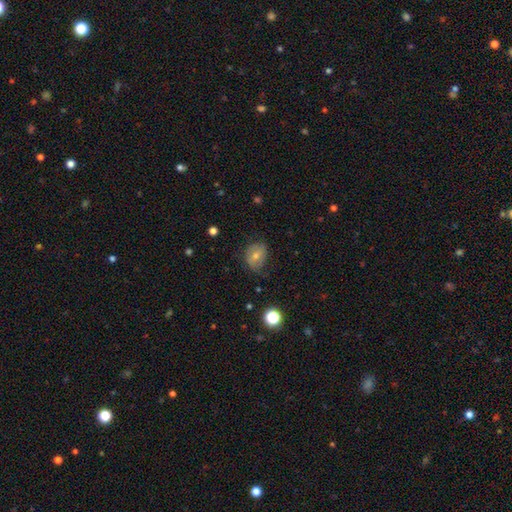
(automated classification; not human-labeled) Smooth or featured?
  - smooth: 47% *
  - featured or disk: 36%
  - star or artifact: 17%
Merging?
  - none: 66% *
  - minor disturbance: 24%
  - major disturbance: 8%
  - merger: 1%